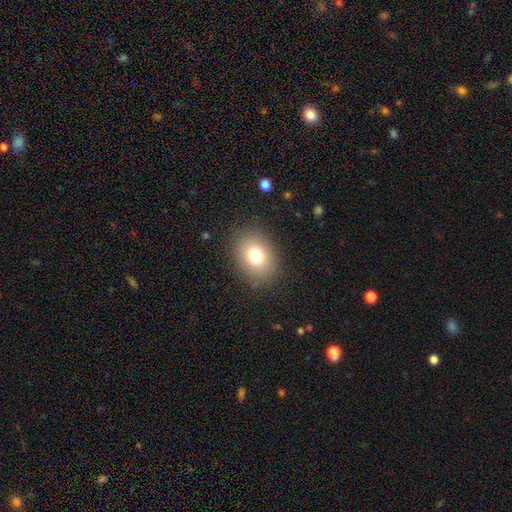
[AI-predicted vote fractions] Smooth or featured?
  - smooth: 77% *
  - star or artifact: 12%
  - featured or disk: 11%
How rounded?
  - in between: 56% *
  - round: 43%
  - cigar-shaped: 1%
Merging?
  - none: 86% *
  - minor disturbance: 9%
  - major disturbance: 4%
  - merger: 1%